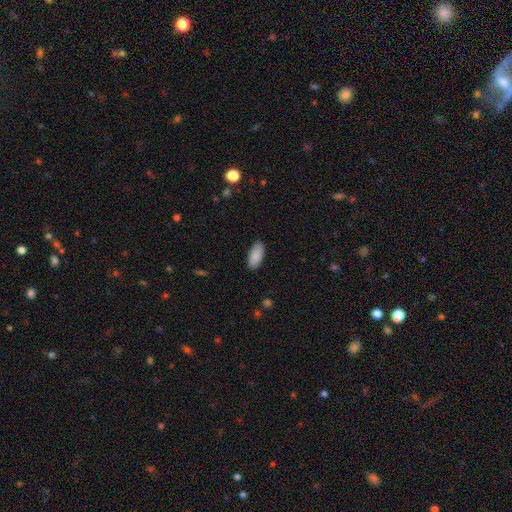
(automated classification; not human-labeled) smooth-or-featured: smooth: 89% | star or artifact: 6% | featured or disk: 5%
  how-rounded: in between: 90% | cigar-shaped: 8% | round: 2%
  merging: none: 88% | minor disturbance: 9% | major disturbance: 2% | merger: 1%